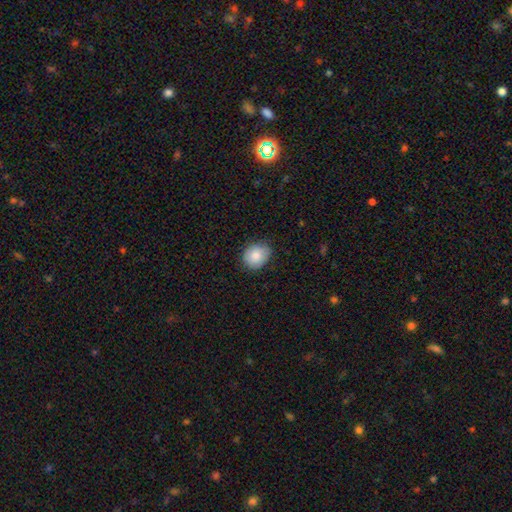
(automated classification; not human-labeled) Q: Smooth or featured?
A: smooth (81%); runner-up: featured or disk (12%)
Q: How rounded?
A: round (61%); runner-up: in between (38%)
Q: Merging?
A: none (74%); runner-up: minor disturbance (21%)